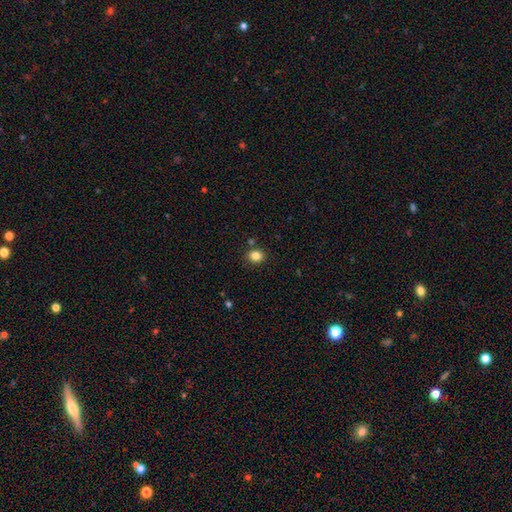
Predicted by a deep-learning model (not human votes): A smooth galaxy with no disk features (84%) that is round (67%).

Vote fractions:
- Smooth or featured? smooth: 84% / star or artifact: 11% / featured or disk: 5%
- How rounded? round: 67% / in between: 32% / cigar-shaped: 1%
- Merging? none: 83% / minor disturbance: 9% / merger: 5% / major disturbance: 3%